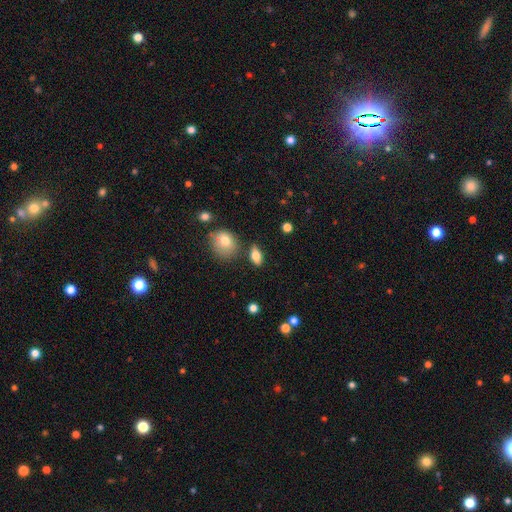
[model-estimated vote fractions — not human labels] Smooth or featured? smooth (75%)
How rounded? in between (81%)
Merging? none (78%)